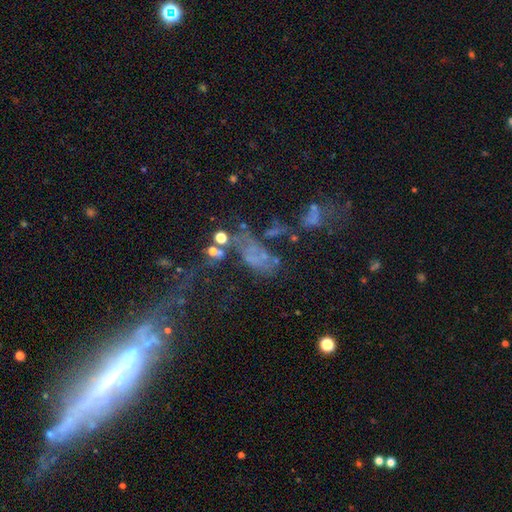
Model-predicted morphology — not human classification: Smooth or featured? Predicted: featured or disk (p=0.40). Merging? Predicted: major disturbance (p=0.37).